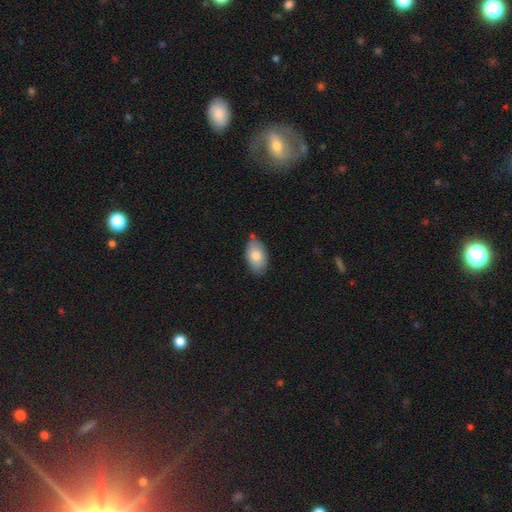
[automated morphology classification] smooth-or-featured: smooth: 79% | featured or disk: 14% | star or artifact: 7%
  how-rounded: in between: 92% | round: 6% | cigar-shaped: 2%
  merging: none: 72% | minor disturbance: 20% | merger: 5% | major disturbance: 3%